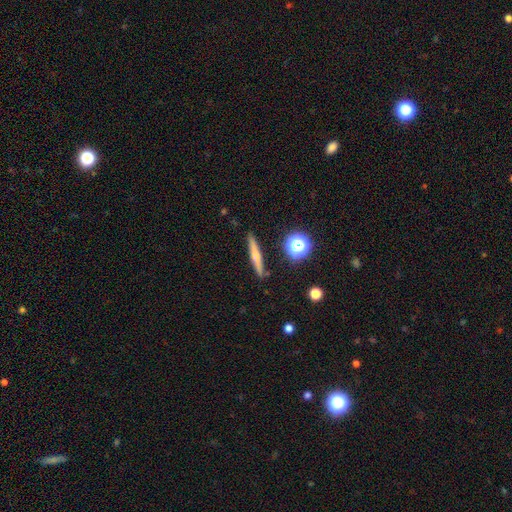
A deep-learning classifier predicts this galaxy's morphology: A smooth galaxy with no disk features (48%).

Vote fractions:
- Smooth or featured? smooth: 48% / featured or disk: 42% / star or artifact: 10%
- Merging? none: 88% / minor disturbance: 8% / merger: 2% / major disturbance: 2%